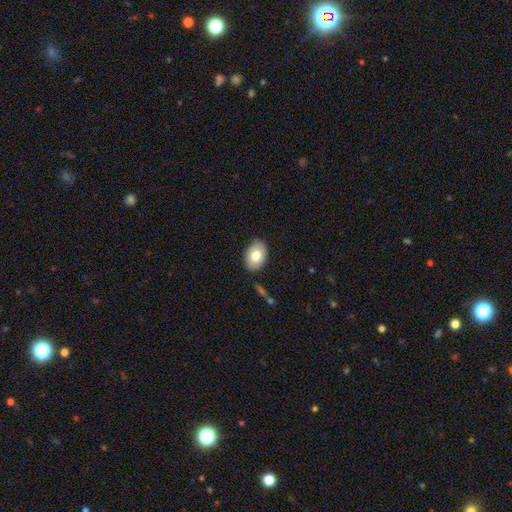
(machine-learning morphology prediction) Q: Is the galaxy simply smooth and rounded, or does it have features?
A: smooth — 75%.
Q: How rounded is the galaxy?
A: in between — 85%.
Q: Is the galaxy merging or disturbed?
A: none — 85%.